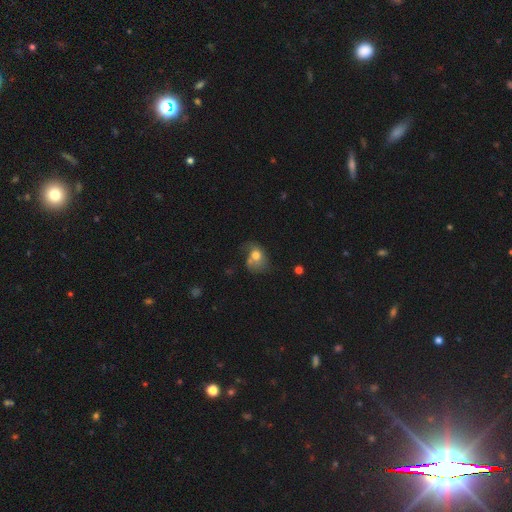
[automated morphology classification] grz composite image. It shows a smooth galaxy with no disk features (64%) that is in between round and cigar-shaped (56%). Merging: none (30%).